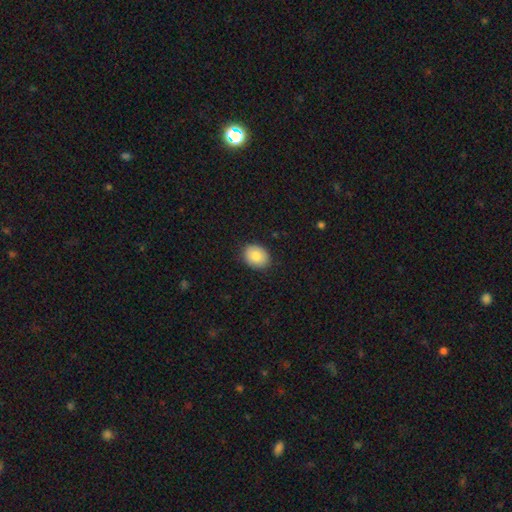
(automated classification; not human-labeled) smooth_or_featured: smooth (p=0.85) [alt: featured or disk p=0.08]
how_rounded: in between (p=0.60) [alt: round p=0.39]
merging: none (p=0.88) [alt: minor disturbance p=0.09]